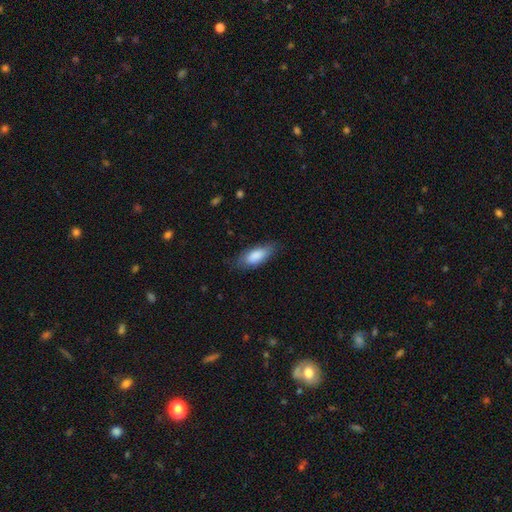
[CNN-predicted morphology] The model was most divided on "merging": none: 76%, minor disturbance: 19%, major disturbance: 4%, merger: 1%. More confident: smooth or featured — smooth (85%); how rounded — in between (81%).